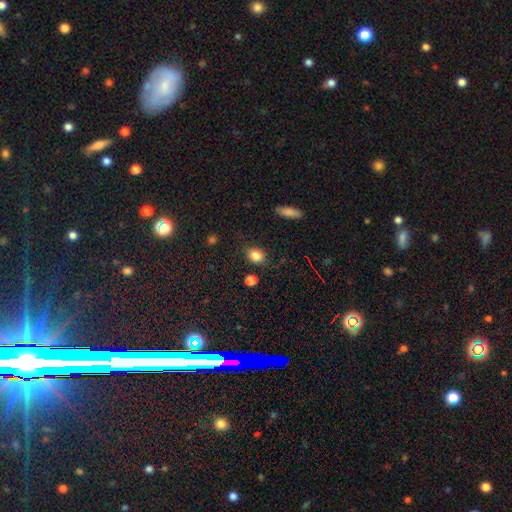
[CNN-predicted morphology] Overall: smooth (84%). How rounded: in between (56%; round 43%). Merging: none (80%).